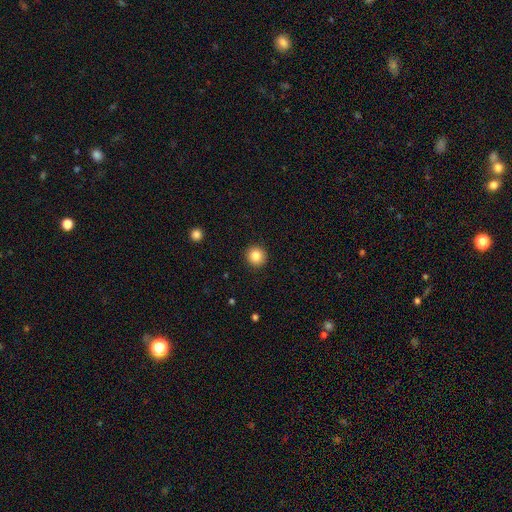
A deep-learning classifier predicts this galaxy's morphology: Smooth or featured: smooth — 84% (star or artifact — 10%)
How rounded: round — 94% (in between — 5%)
Merging: none — 93% (minor disturbance — 5%)